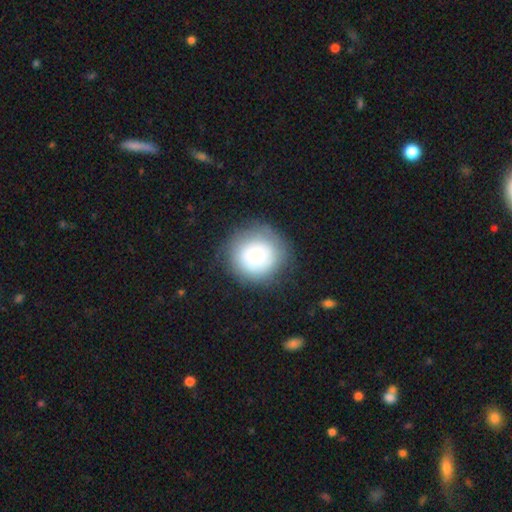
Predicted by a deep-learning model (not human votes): smooth 73%, featured or disk 19%, star or artifact 8%. Down the decision tree: how rounded — round (93%); merging — none (78%).